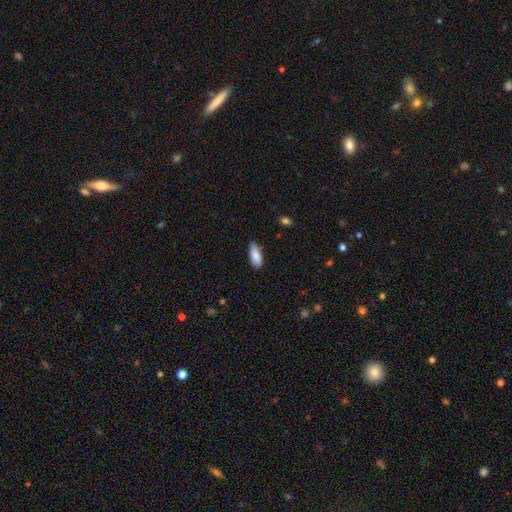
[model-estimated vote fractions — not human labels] Smooth or featured? Predicted: smooth (p=0.86). How rounded? Predicted: in between (p=0.77). Merging? Predicted: none (p=0.75).